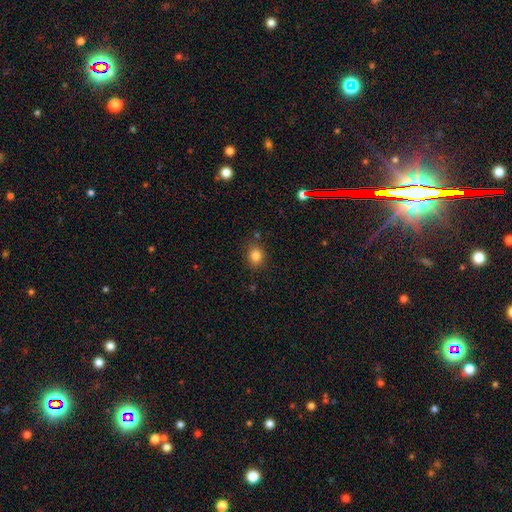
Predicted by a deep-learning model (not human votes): smooth-or-featured: smooth: 81% | star or artifact: 13% | featured or disk: 6%
  how-rounded: round: 67% | in between: 32% | cigar-shaped: 1%
  merging: none: 83% | minor disturbance: 11% | major disturbance: 3% | merger: 3%